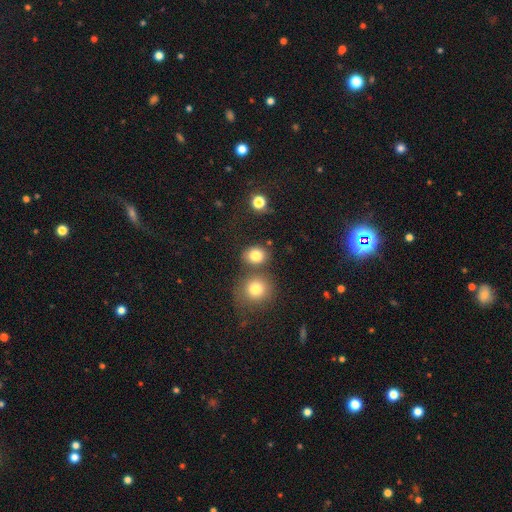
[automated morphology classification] This appears to be a smooth galaxy with no disk features (82%) that is round (66%). Merging: none (68%).